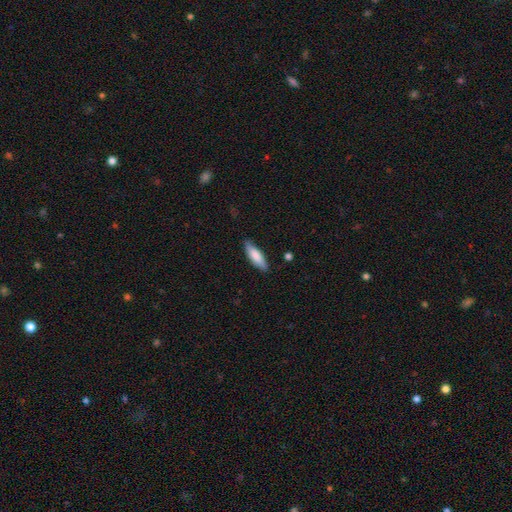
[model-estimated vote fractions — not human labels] Smooth or featured: smooth — 80% (featured or disk — 15%)
How rounded: cigar-shaped — 52% (in between — 47%)
Merging: none — 83% (minor disturbance — 13%)